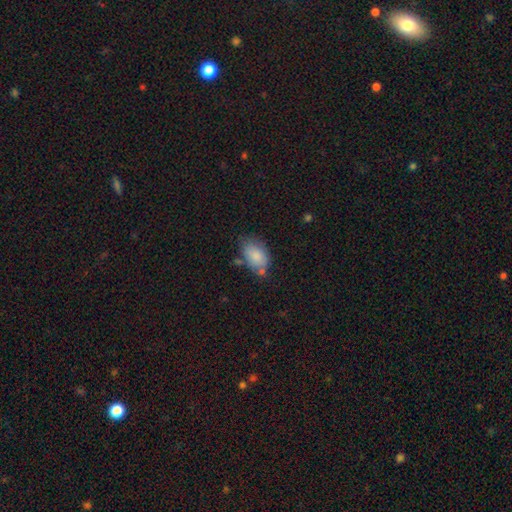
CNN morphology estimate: A smooth galaxy with no disk features (84%) that is in between round and cigar-shaped (90%).

Vote fractions:
- Smooth or featured? smooth: 84% / featured or disk: 9% / star or artifact: 7%
- How rounded? in between: 90% / round: 8% / cigar-shaped: 1%
- Merging? none: 59% / minor disturbance: 25% / merger: 9% / major disturbance: 7%